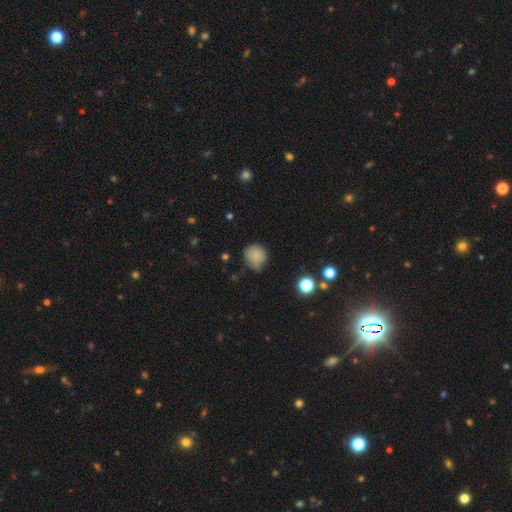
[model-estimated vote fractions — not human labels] This appears to be a smooth galaxy with no disk features (83%) that is round (83%). Merging: none (62%).